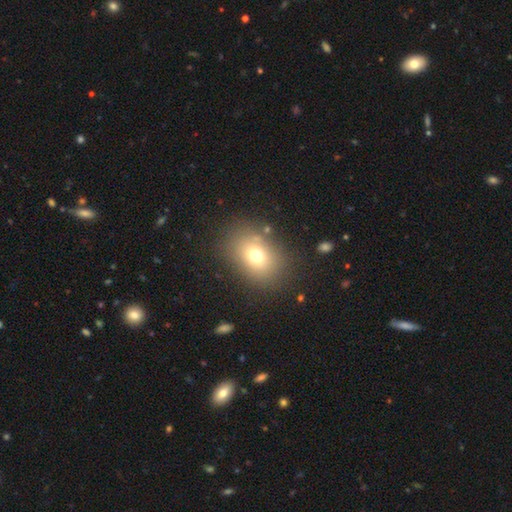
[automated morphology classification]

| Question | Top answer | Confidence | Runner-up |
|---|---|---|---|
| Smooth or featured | smooth | 72% | featured or disk (14%) |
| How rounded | in between | 62% | round (37%) |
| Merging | none | 81% | minor disturbance (11%) |